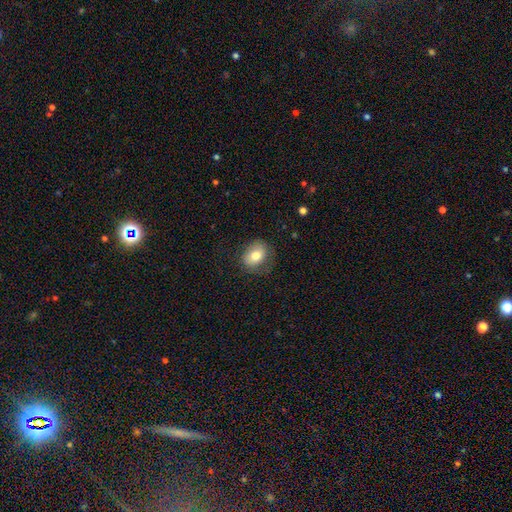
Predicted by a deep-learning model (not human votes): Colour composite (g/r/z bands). It shows a smooth galaxy with no disk features (76%) that is in between round and cigar-shaped (62%). Merging: none (71%).